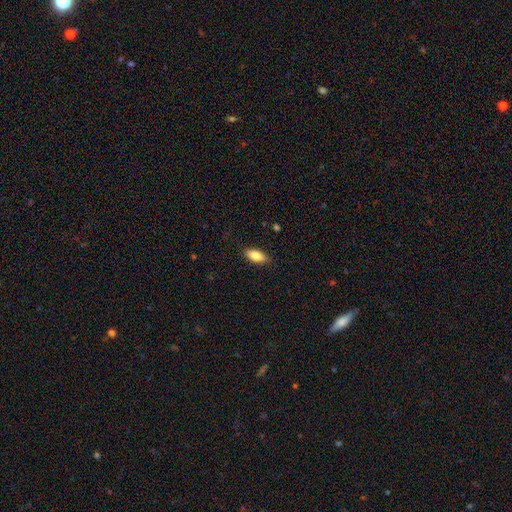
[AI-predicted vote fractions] Smooth or featured: smooth — 83% (featured or disk — 11%)
How rounded: in between — 83% (cigar-shaped — 14%)
Merging: none — 87% (minor disturbance — 10%)